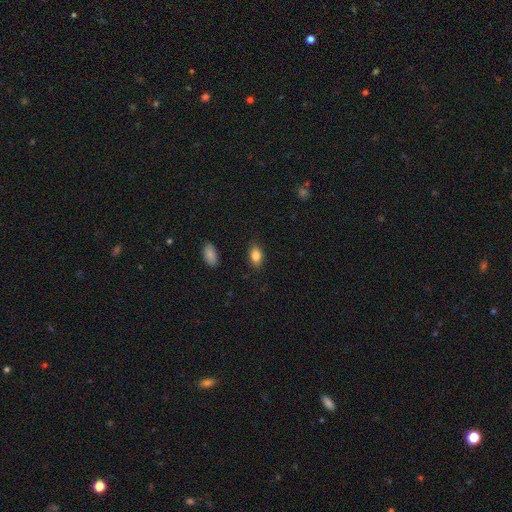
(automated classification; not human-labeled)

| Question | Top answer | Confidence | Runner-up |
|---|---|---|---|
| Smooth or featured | smooth | 82% | featured or disk (10%) |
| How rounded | in between | 87% | round (9%) |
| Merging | none | 87% | minor disturbance (10%) |